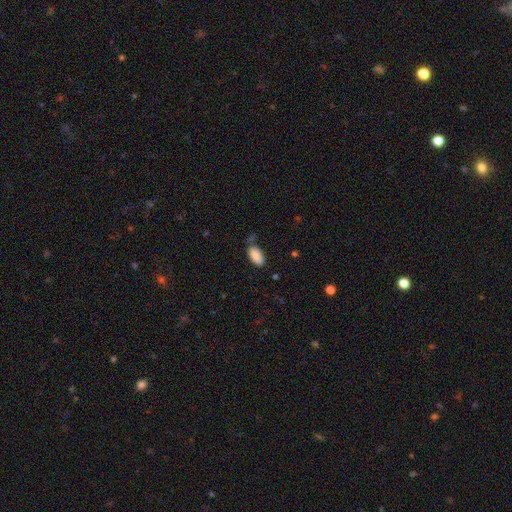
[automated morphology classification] smooth 88%, star or artifact 7%, featured or disk 5%. Down the decision tree: how rounded — in between (94%); merging — none (72%).